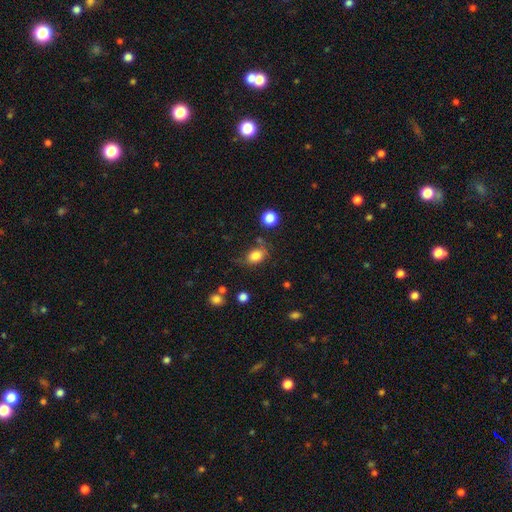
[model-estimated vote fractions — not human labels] Smooth or featured?
  - smooth: 83% *
  - star or artifact: 10%
  - featured or disk: 7%
How rounded?
  - in between: 70% *
  - round: 29%
  - cigar-shaped: 1%
Merging?
  - none: 69% *
  - minor disturbance: 19%
  - merger: 6%
  - major disturbance: 6%